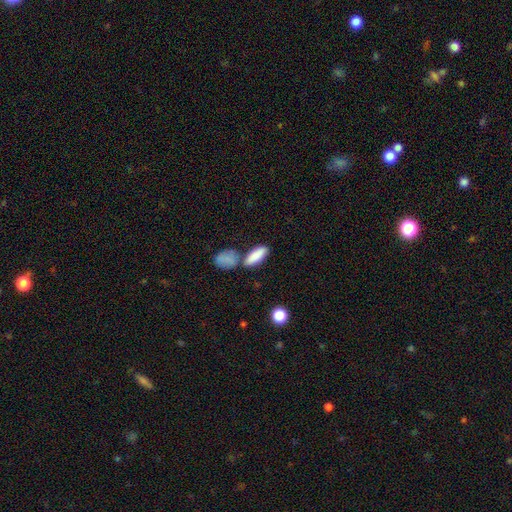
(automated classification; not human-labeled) Morphology: type=smooth (85%); roundness=in between (67%); merging=none (60%).